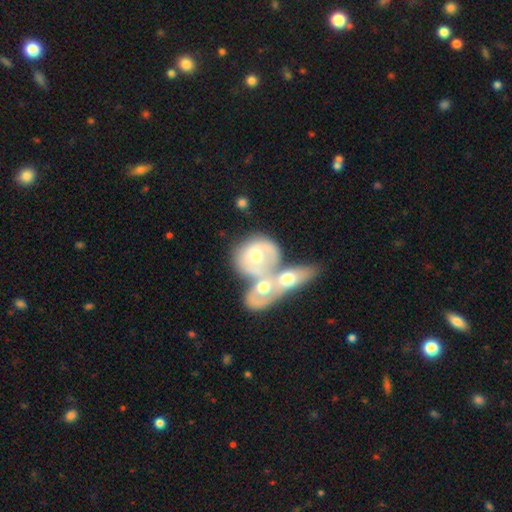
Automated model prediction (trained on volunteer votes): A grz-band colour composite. It shows a featured or disk galaxy (51%). Merging: merger (72%).